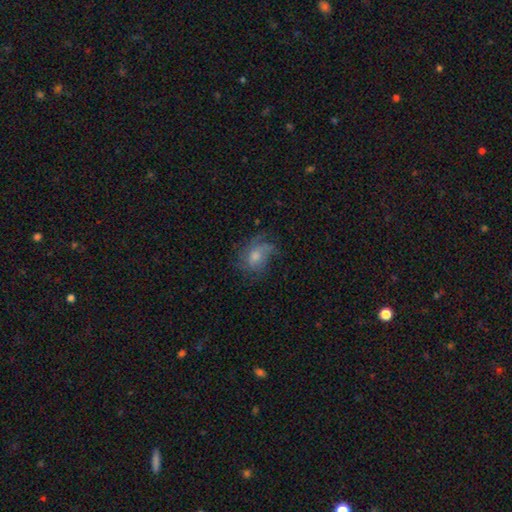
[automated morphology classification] This appears to be a featured or disk galaxy (53%) with no bar (72%), spiral arms (80%) and a moderate central bulge (53%). Merging: none (60%).